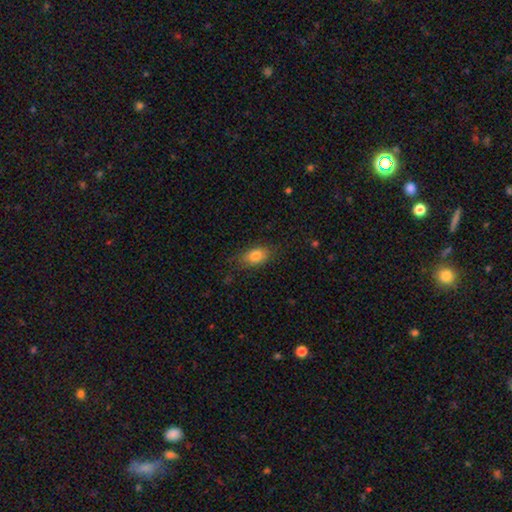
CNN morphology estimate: Smooth or featured? smooth (83%)
How rounded? in between (87%)
Merging? none (77%)